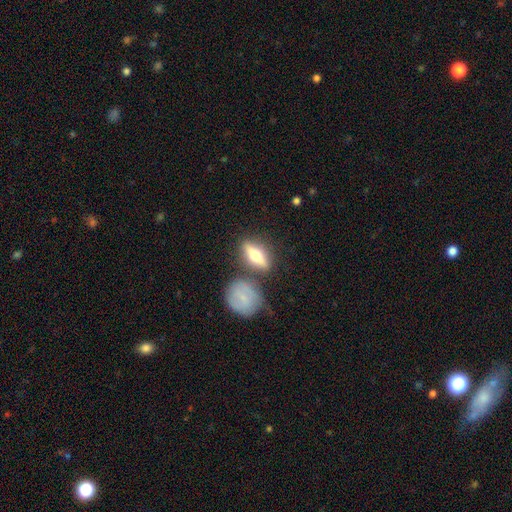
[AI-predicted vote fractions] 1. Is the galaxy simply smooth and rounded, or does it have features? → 54% featured or disk, 39% smooth, 7% star or artifact.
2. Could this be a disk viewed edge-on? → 83% yes, 17% no.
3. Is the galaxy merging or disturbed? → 78% none, 11% minor disturbance, 8% merger, 4% major disturbance.